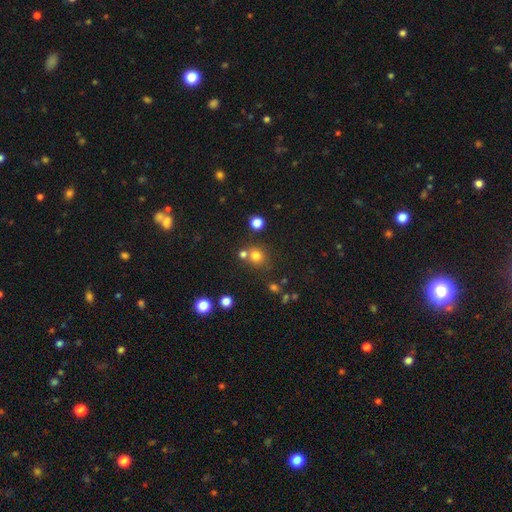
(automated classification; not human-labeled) Overall: smooth (75%). How rounded: round (86%). Merging: none (65%).